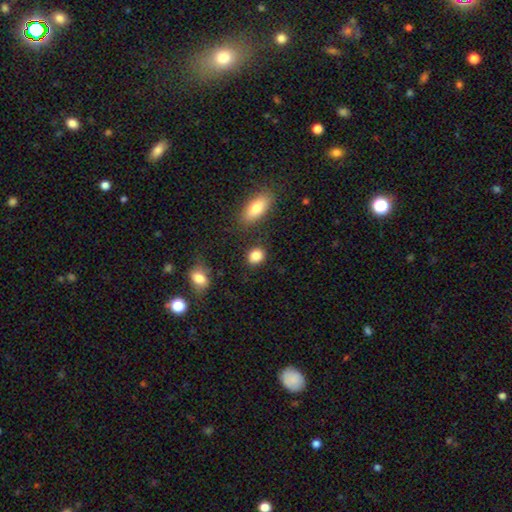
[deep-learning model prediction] smooth-or-featured: smooth: 87% | star or artifact: 9% | featured or disk: 5%
  how-rounded: round: 59% | in between: 39% | cigar-shaped: 2%
  merging: none: 82% | minor disturbance: 10% | merger: 4% | major disturbance: 3%